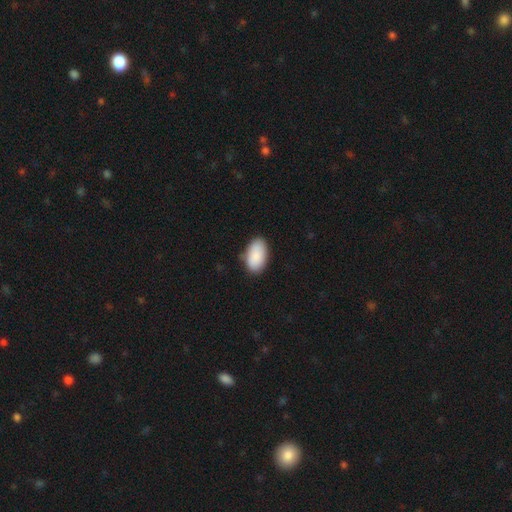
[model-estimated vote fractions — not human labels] A smooth galaxy with no disk features (90%) that is in between round and cigar-shaped (95%).

Vote fractions:
- Smooth or featured? smooth: 90% / star or artifact: 6% / featured or disk: 4%
- How rounded? in between: 95% / round: 4% / cigar-shaped: 1%
- Merging? none: 82% / minor disturbance: 14% / major disturbance: 3% / merger: 1%